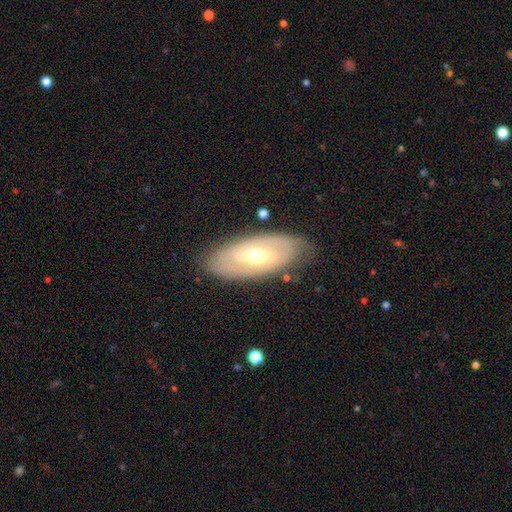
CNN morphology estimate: Smooth or featured: featured or disk — 66% (smooth — 28%)
Edge-on disk: no — 86% (yes — 14%)
Bar: weak — 41% (no — 32%)
Spiral arms: yes — 52% (no — 48%)
Bulge size: moderate — 66% (small — 28%)
Merging: none — 80% (minor disturbance — 15%)